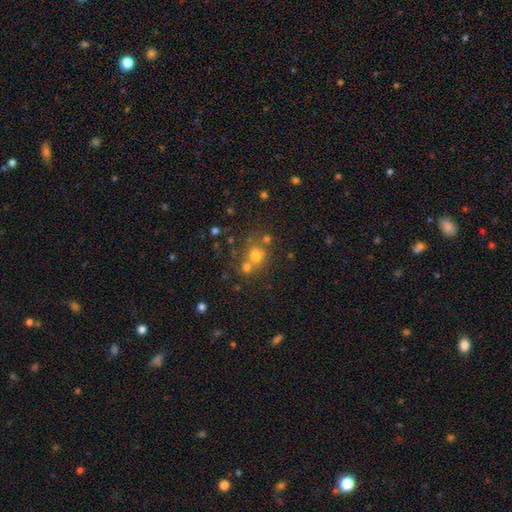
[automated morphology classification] smooth_or_featured: smooth (p=0.67) [alt: star or artifact p=0.18]
how_rounded: round (p=0.84) [alt: in between p=0.15]
merging: none (p=0.49) [alt: merger p=0.39]